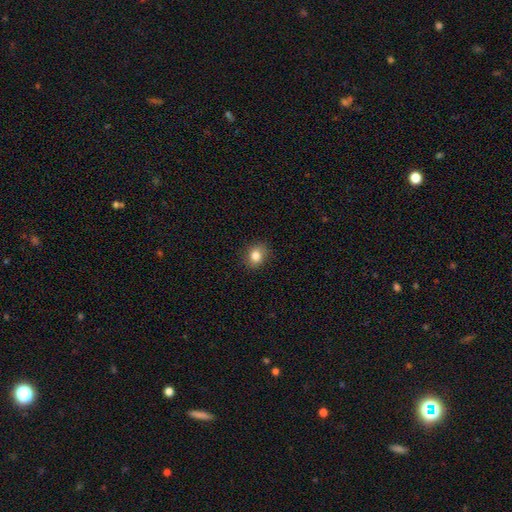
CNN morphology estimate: A smooth galaxy with no disk features (83%) that is round (59%). Merging: none (87%).